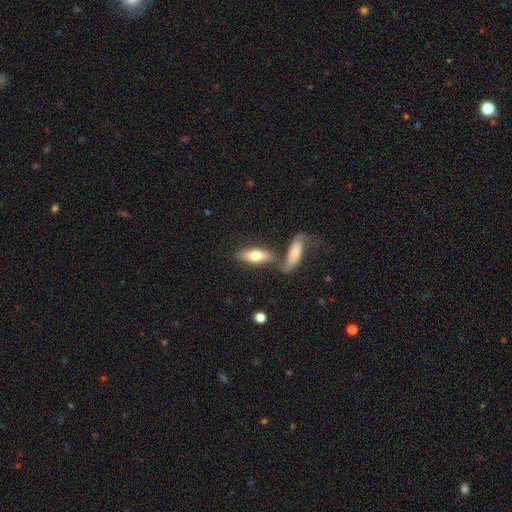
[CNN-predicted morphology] Overall: smooth (64%; featured or disk 30%). How rounded: in between (64%; cigar-shaped 34%). Merging: none (52%; merger 31%).